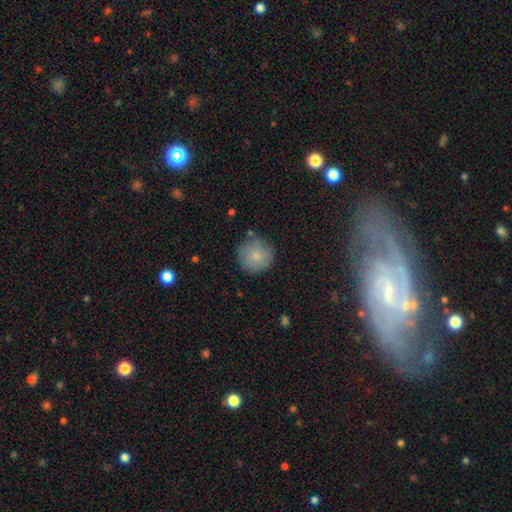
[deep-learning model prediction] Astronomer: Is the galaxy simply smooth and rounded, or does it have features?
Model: smooth — 80%.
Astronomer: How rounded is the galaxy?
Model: round — 94%.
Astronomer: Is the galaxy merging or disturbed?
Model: none — 76%.